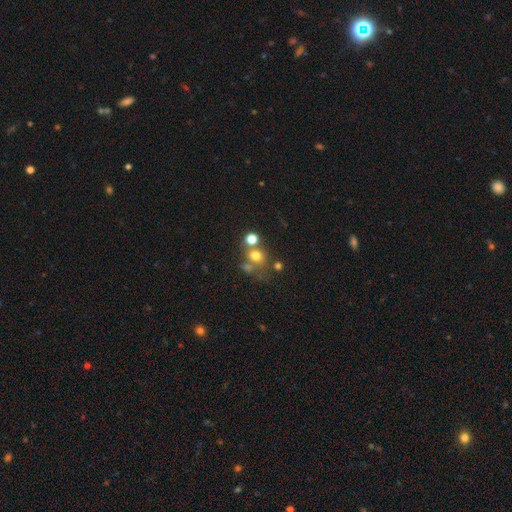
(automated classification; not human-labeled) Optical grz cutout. It shows a smooth galaxy with no disk features (68%) that is round (71%). Merging: none (47%).